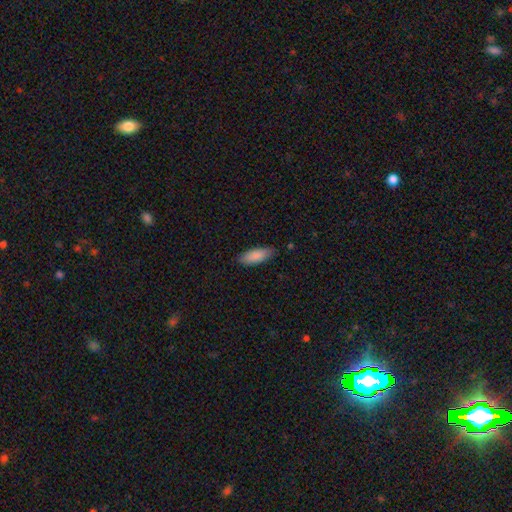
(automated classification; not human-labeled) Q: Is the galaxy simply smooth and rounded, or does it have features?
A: smooth — 88%.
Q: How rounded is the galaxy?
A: in between — 71%.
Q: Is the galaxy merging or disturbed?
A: none — 83%.